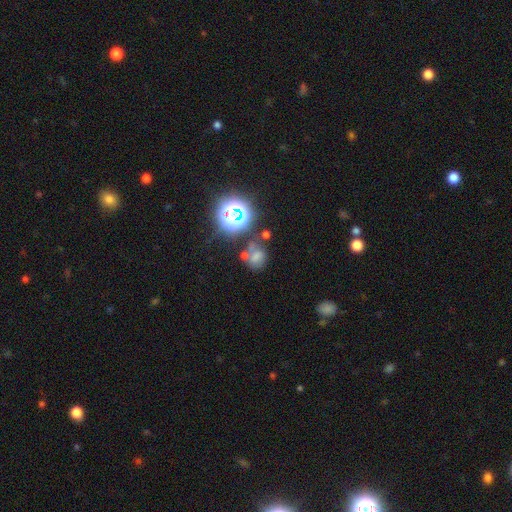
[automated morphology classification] type=smooth (52%); roundness=round (59%); merging=none (48%).